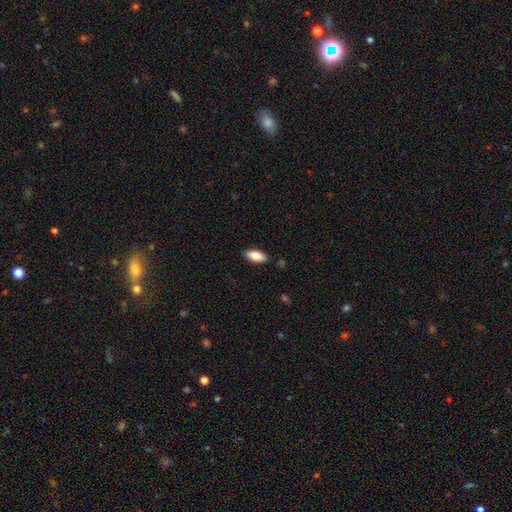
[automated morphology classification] smooth_or_featured: smooth (p=0.83) [alt: featured or disk p=0.11]
how_rounded: in between (p=0.85) [alt: cigar-shaped p=0.13]
merging: none (p=0.87) [alt: minor disturbance p=0.09]